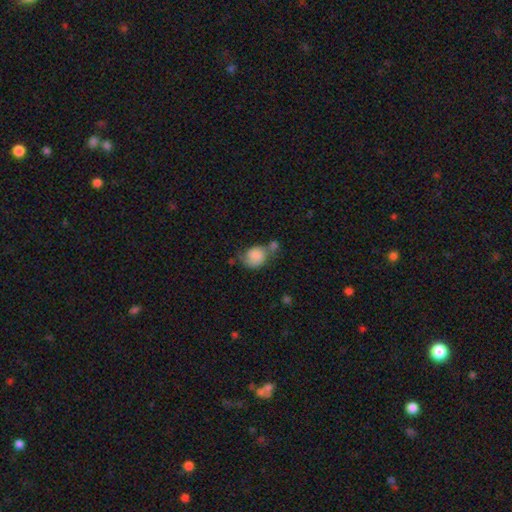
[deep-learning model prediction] Smooth or featured: smooth — 74% (featured or disk — 18%)
How rounded: round — 61% (in between — 38%)
Merging: none — 32% (merger — 27%)